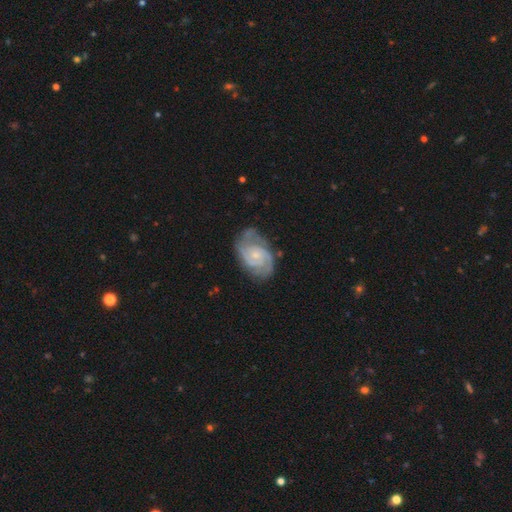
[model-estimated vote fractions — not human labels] Smooth or featured? featured or disk (89%)
Edge-on disk? no (98%)
Bar? no (62%)
Spiral arms? yes (98%)
Spiral winding? tight (53%)
Spiral arm count? 2 (64%)
Bulge size? small (65%)
Merging? none (70%)